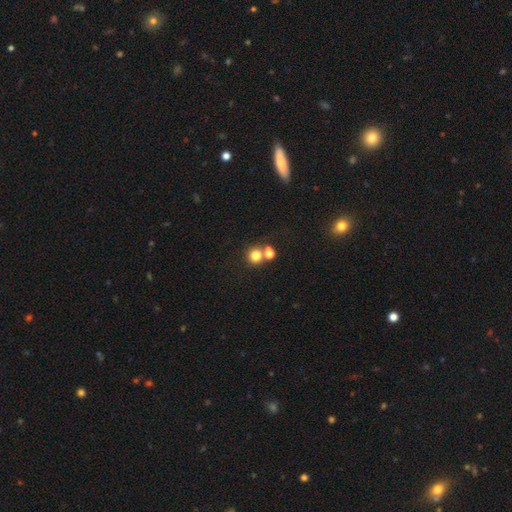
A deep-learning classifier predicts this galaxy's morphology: A smooth galaxy with no disk features (77%) that is round (87%). Merging: none (55%).